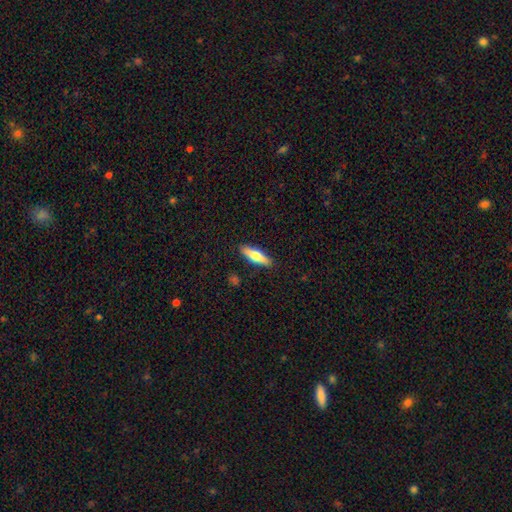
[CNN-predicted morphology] A smooth galaxy with no disk features (64%) that is cigar-shaped (65%). Merging: none (89%).